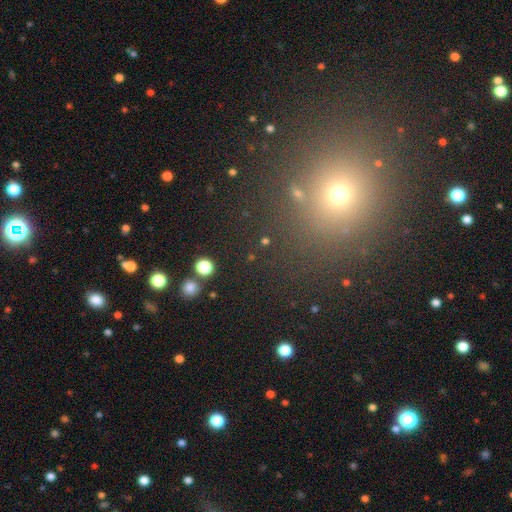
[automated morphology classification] Smooth or featured: smooth — 48% (star or artifact — 45%)
Merging: none — 87% (minor disturbance — 6%)